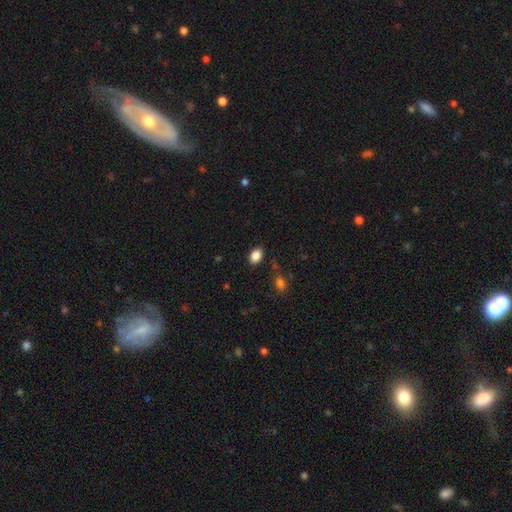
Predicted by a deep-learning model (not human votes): Morphology: type=smooth (87%); roundness=in between (83%); merging=none (86%).